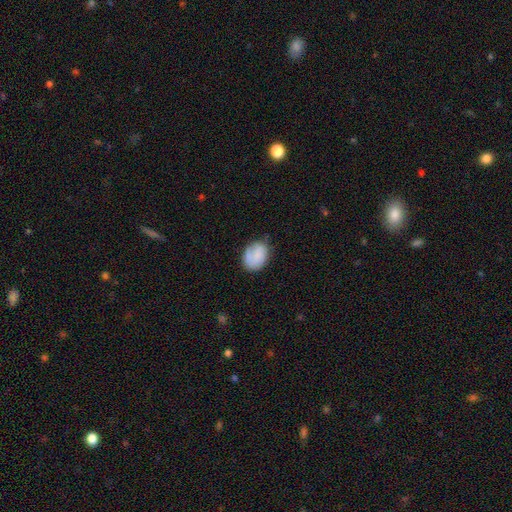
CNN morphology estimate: smooth-or-featured: smooth: 77% | featured or disk: 16% | star or artifact: 7%
  how-rounded: in between: 69% | round: 30% | cigar-shaped: 1%
  merging: none: 64% | minor disturbance: 25% | major disturbance: 9% | merger: 3%